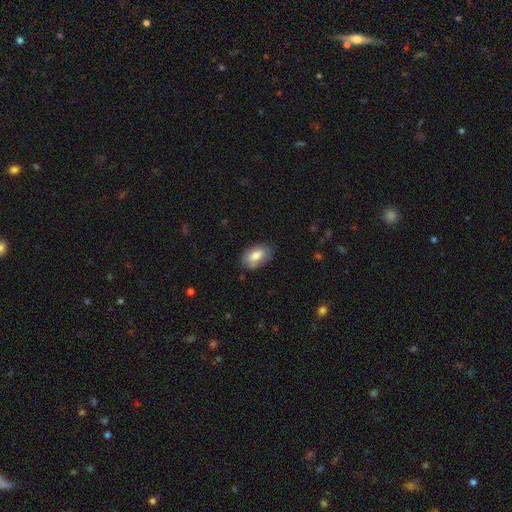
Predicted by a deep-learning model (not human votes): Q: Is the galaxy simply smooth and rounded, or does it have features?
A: smooth — 75%.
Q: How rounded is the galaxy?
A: in between — 92%.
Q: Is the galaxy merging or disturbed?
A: none — 76%.